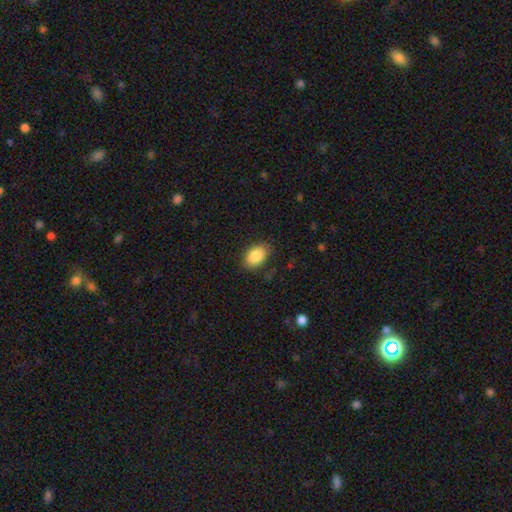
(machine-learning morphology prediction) This is clearly a smooth galaxy (88%). How rounded: clearly in between (87%). Merging: clearly none (84%).